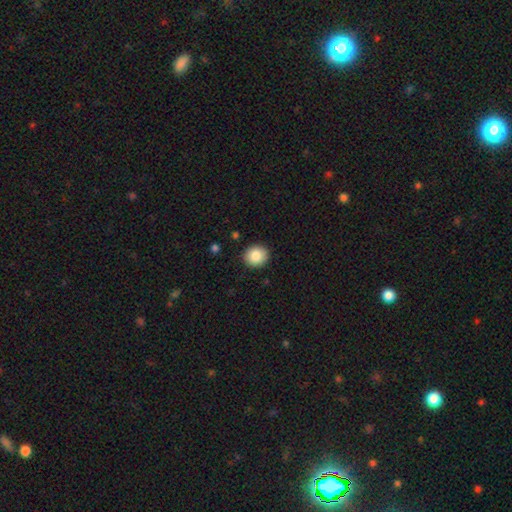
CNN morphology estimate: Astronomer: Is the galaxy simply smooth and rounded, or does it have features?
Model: smooth — 87%.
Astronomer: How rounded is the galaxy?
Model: round — 82%.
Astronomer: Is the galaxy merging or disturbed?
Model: none — 91%.